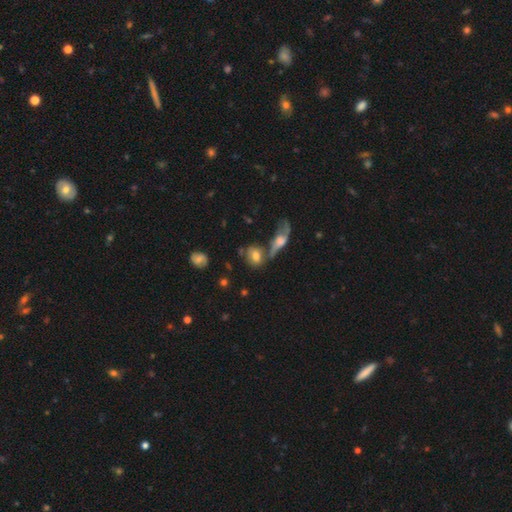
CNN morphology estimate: Q: Smooth or featured?
A: smooth (67%); runner-up: featured or disk (22%)
Q: How rounded?
A: in between (57%); runner-up: round (38%)
Q: Merging?
A: none (47%); runner-up: merger (29%)